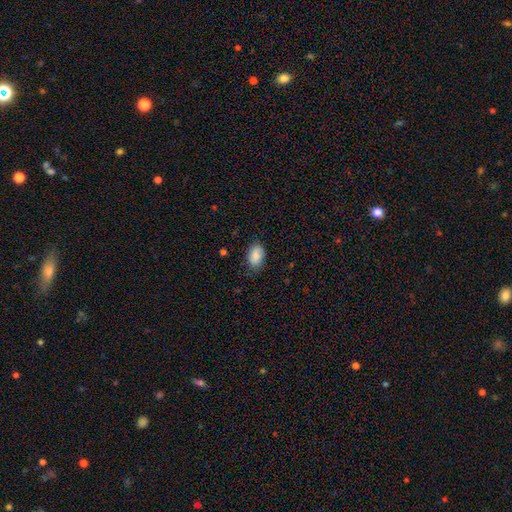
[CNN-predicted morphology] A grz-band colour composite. It shows a smooth galaxy with no disk features (86%) that is in between round and cigar-shaped (87%). Merging: none (78%).